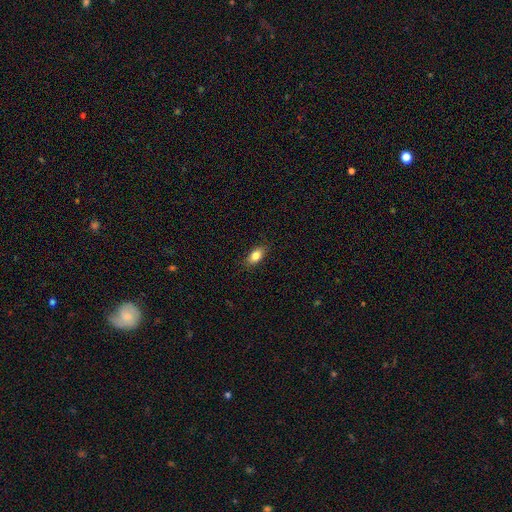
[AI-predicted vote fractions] smooth_or_featured: smooth (p=0.81) [alt: featured or disk p=0.11]
how_rounded: in between (p=0.87) [alt: round p=0.07]
merging: none (p=0.86) [alt: minor disturbance p=0.11]